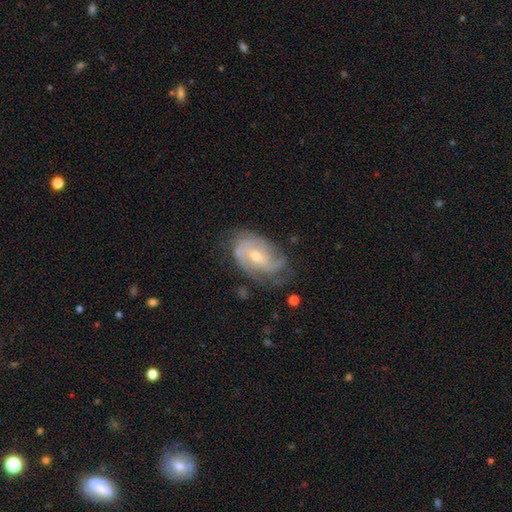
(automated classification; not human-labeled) A featured or disk galaxy (85%) with no bar (44%, tied with weak), 2 (32%) tight (49%) spiral arms (95%) and a small central bulge (50%). Merging: none (66%).